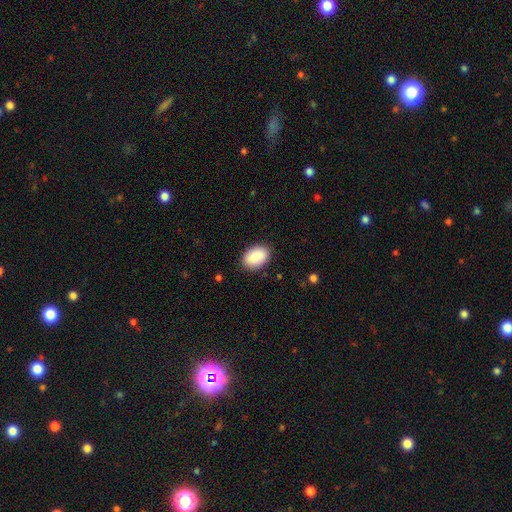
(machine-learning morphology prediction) Smooth or featured? smooth (90%)
How rounded? in between (87%)
Merging? none (86%)